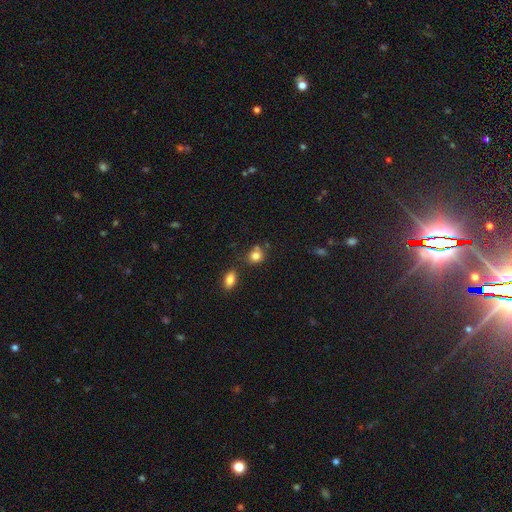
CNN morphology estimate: The model was most divided on "how rounded": round: 70%, in between: 29%, cigar-shaped: 1%. More confident: smooth or featured — smooth (81%); merging — none (60%).